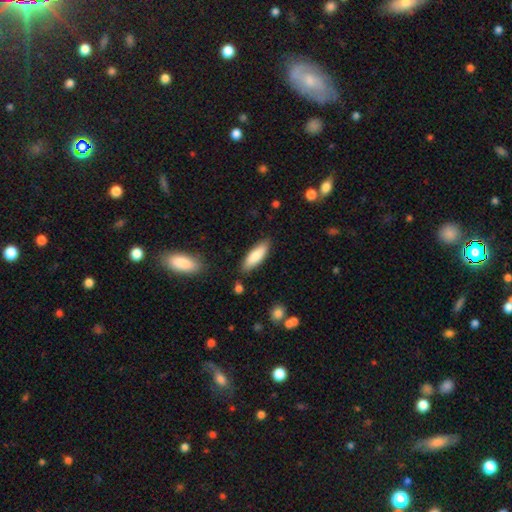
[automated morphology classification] smooth 82%, featured or disk 12%, star or artifact 6%. Down the decision tree: how rounded — in between (55%); merging — none (83%).